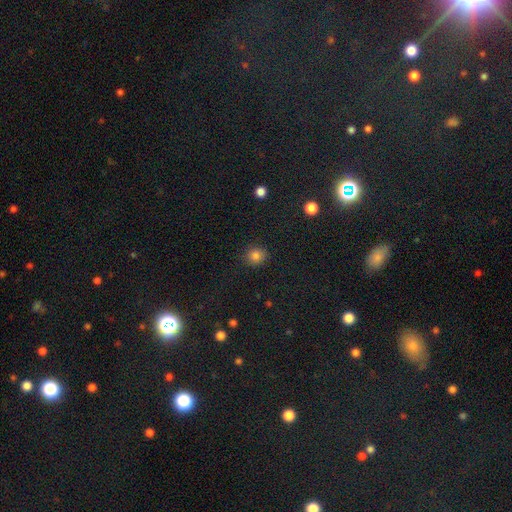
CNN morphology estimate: Smooth or featured? Predicted: smooth (p=0.82). How rounded? Predicted: round (p=0.85). Merging? Predicted: none (p=0.89).